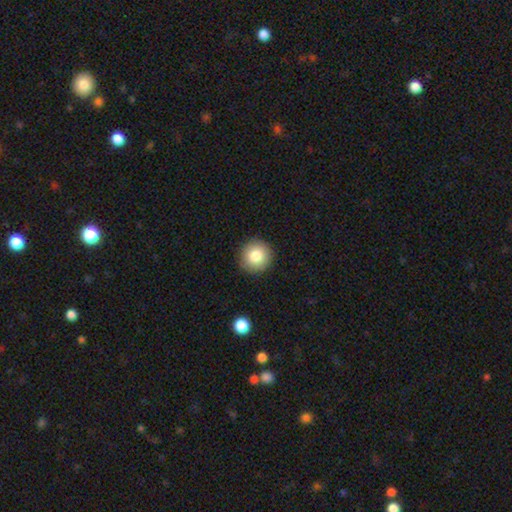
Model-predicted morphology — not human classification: Smooth or featured: smooth — 83% (star or artifact — 9%)
How rounded: round — 94% (in between — 5%)
Merging: none — 91% (minor disturbance — 6%)